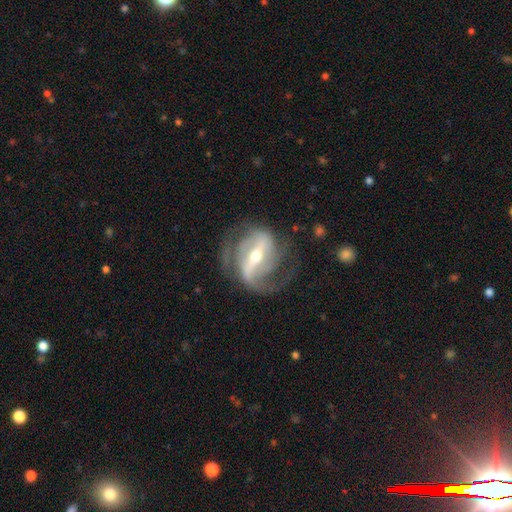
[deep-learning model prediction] smooth-or-featured: featured or disk: 88% | smooth: 7% | star or artifact: 5%
  disk-edge-on: no: 95% | yes: 5%
    bar: strong: 71% | weak: 21% | no: 7%
    has-spiral-arms: yes: 93% | no: 7%
      spiral-winding: medium: 47% | loose: 30% | tight: 23%
      spiral-arm-count: 2: 77% | 1: 9% | can't tell: 7% | 3: 5% | 4: 2% | more than 4: 1%
    bulge-size: moderate: 59% | small: 35% | large: 4% | none: 1% | dominant: 1%
  merging: none: 64% | major disturbance: 17% | minor disturbance: 17% | merger: 2%